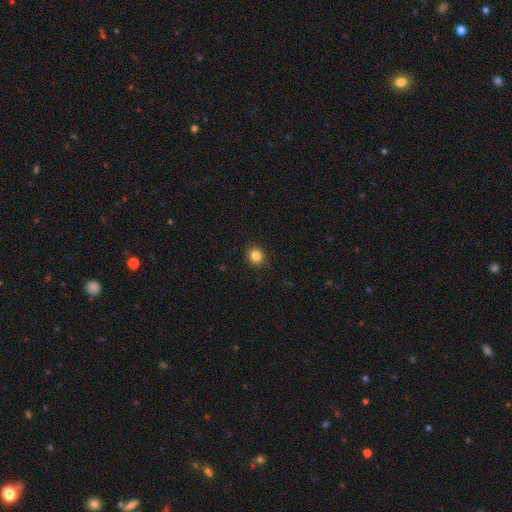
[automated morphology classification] A smooth galaxy with no disk features (86%) that is round (80%). Merging: none (91%).